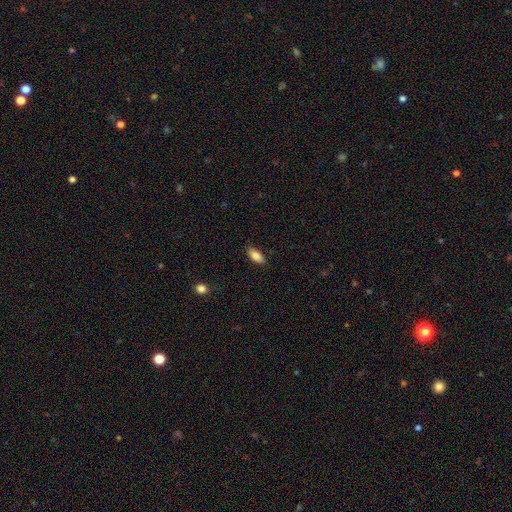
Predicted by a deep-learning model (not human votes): Q: Smooth or featured?
A: smooth (83%); runner-up: featured or disk (10%)
Q: How rounded?
A: in between (85%); runner-up: cigar-shaped (13%)
Q: Merging?
A: none (87%); runner-up: minor disturbance (10%)